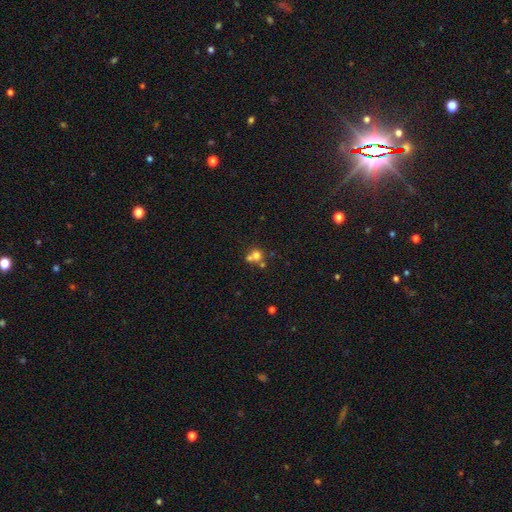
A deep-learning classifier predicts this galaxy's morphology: Overall: smooth (70%). How rounded: round (83%). Merging: merger (50%; none 39%).